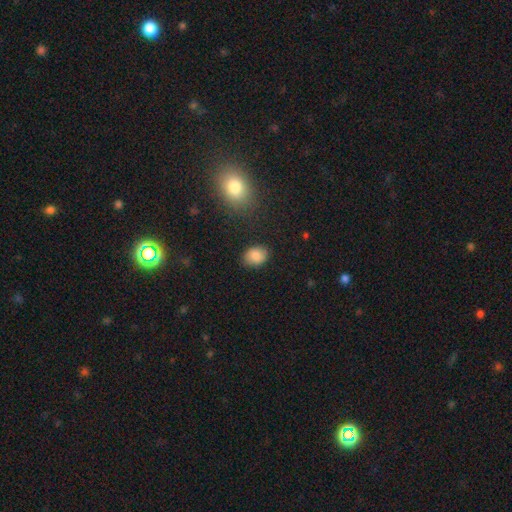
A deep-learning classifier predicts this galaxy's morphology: type=smooth (85%); roundness=in between (61%); merging=none (85%).